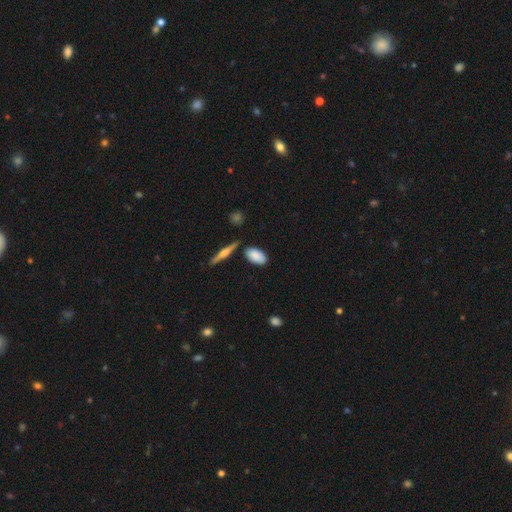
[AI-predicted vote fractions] Smooth or featured? Predicted: smooth (p=0.81). How rounded? Predicted: in between (p=0.91). Merging? Predicted: none (p=0.75).